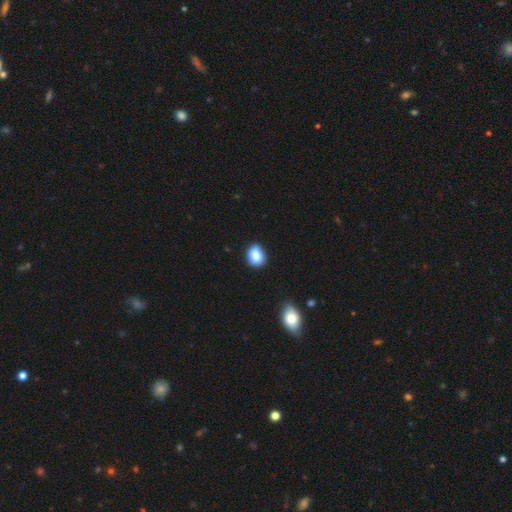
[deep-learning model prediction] smooth 84%, star or artifact 9%, featured or disk 6%. Down the decision tree: how rounded — in between (53%); merging — none (69%).